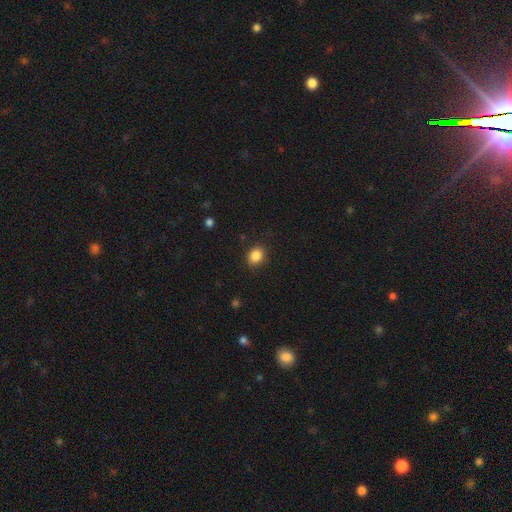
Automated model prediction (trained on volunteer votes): Smooth or featured? smooth (86%)
How rounded? round (53%)
Merging? none (87%)